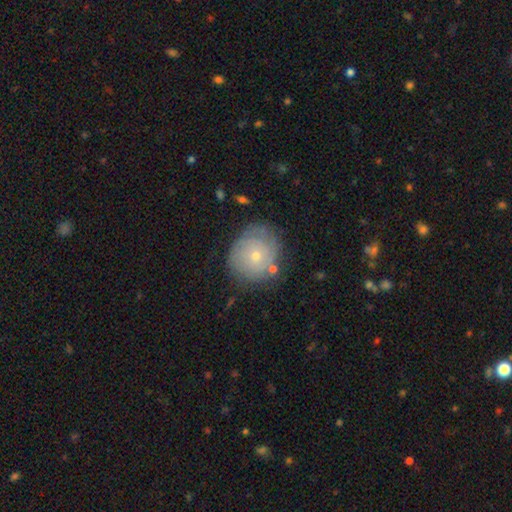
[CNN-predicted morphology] Smooth or featured? Predicted: featured or disk (p=0.50). Edge-on disk? Predicted: no (p=0.97). Merging? Predicted: none (p=0.72).